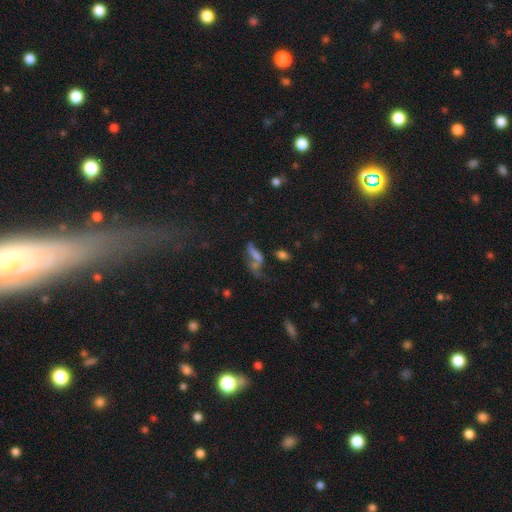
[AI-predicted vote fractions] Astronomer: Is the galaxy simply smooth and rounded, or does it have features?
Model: smooth — 46% (runner-up: featured or disk, 29%).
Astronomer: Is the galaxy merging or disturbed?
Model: merger — 31% (runner-up: none, 29%).